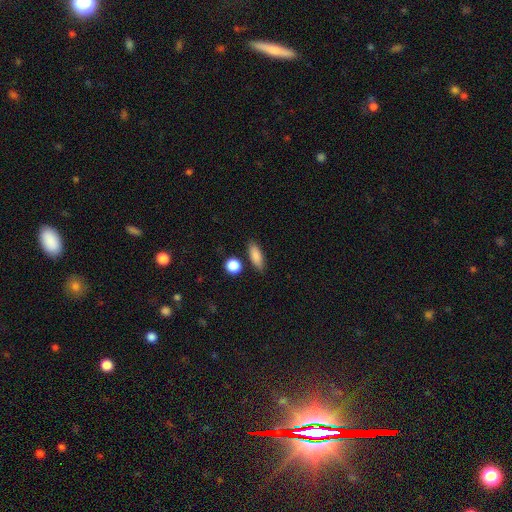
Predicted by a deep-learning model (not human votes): The model was most divided on "how rounded": in between: 67%, cigar-shaped: 27%, round: 6%. More confident: smooth or featured — smooth (86%); merging — none (81%).